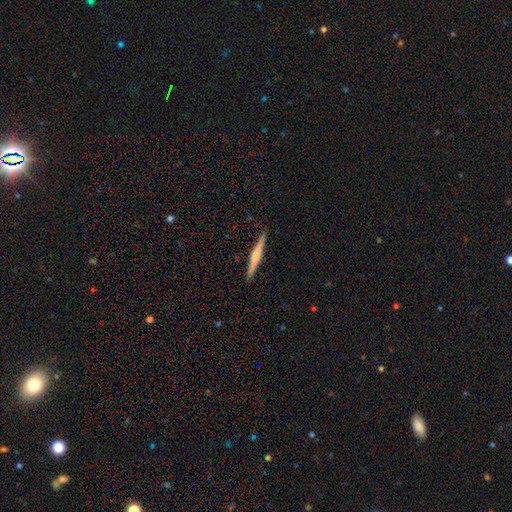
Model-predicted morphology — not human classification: smooth_or_featured: featured or disk (p=0.58) [alt: smooth p=0.36]
disk_edge_on: yes (p=0.98) [alt: no p=0.02]
edge_on_bulge: rounded (p=0.67) [alt: none p=0.23]
merging: none (p=0.90) [alt: minor disturbance p=0.08]